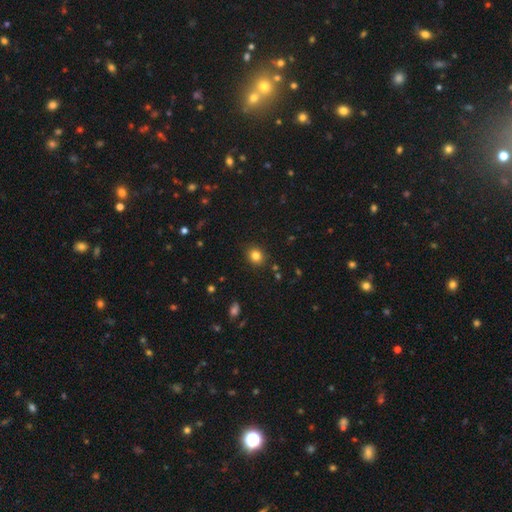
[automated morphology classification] The model was most divided on "how rounded": round: 72%, in between: 28%, cigar-shaped: 1%. More confident: merging — none (88%); smooth or featured — smooth (82%).